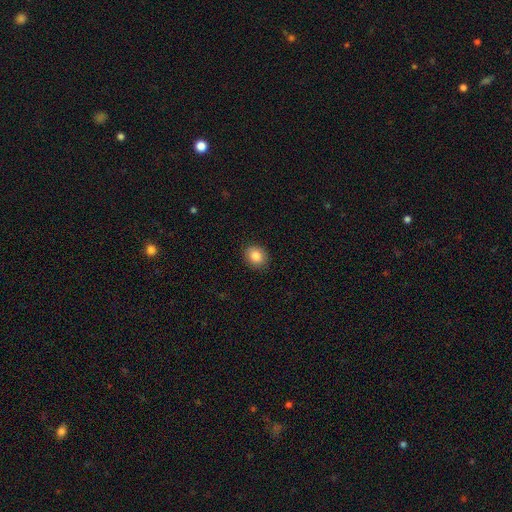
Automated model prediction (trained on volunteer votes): A smooth galaxy with no disk features (86%) that is round (56%).

Vote fractions:
- Smooth or featured? smooth: 86% / star or artifact: 9% / featured or disk: 6%
- How rounded? round: 56% / in between: 43% / cigar-shaped: 1%
- Merging? none: 90% / minor disturbance: 7% / major disturbance: 2% / merger: 1%